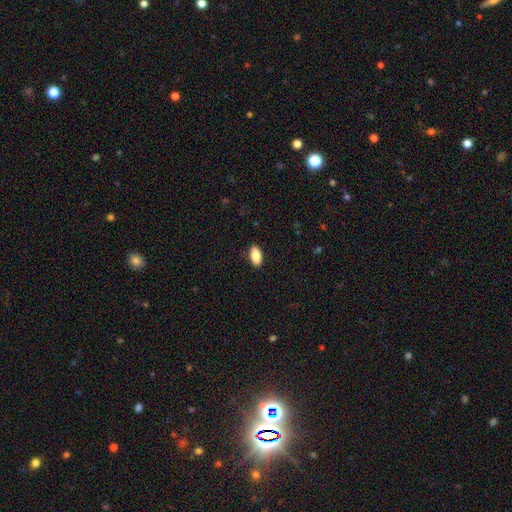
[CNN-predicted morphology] Smooth or featured?
  - smooth: 84% *
  - featured or disk: 9%
  - star or artifact: 7%
How rounded?
  - in between: 89% *
  - cigar-shaped: 8%
  - round: 3%
Merging?
  - none: 89% *
  - minor disturbance: 9%
  - major disturbance: 2%
  - merger: 1%